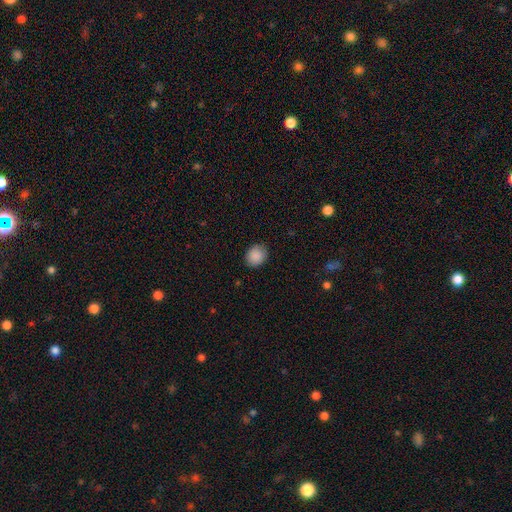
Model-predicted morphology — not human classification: Smooth or featured? Predicted: smooth (p=0.89). How rounded? Predicted: round (p=0.62). Merging? Predicted: none (p=0.85).